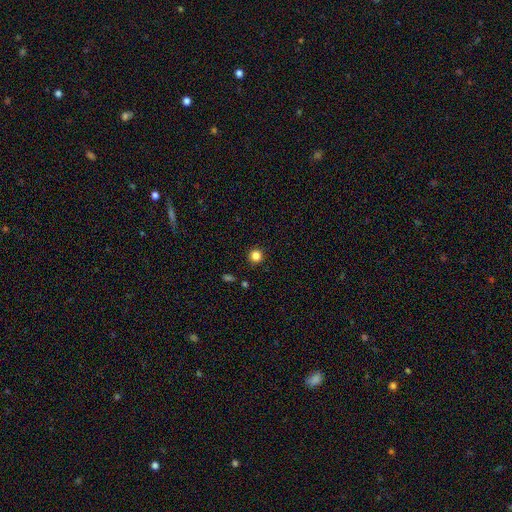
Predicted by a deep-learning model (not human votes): Overall: smooth (84%). How rounded: round (95%). Merging: none (92%).